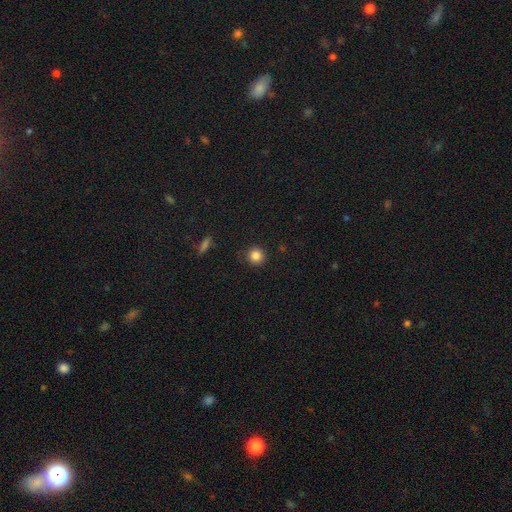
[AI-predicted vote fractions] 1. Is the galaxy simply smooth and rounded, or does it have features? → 84% smooth, 11% star or artifact, 5% featured or disk.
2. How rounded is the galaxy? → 93% round, 6% in between, 1% cigar-shaped.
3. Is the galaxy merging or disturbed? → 89% none, 8% minor disturbance, 2% major disturbance, 1% merger.